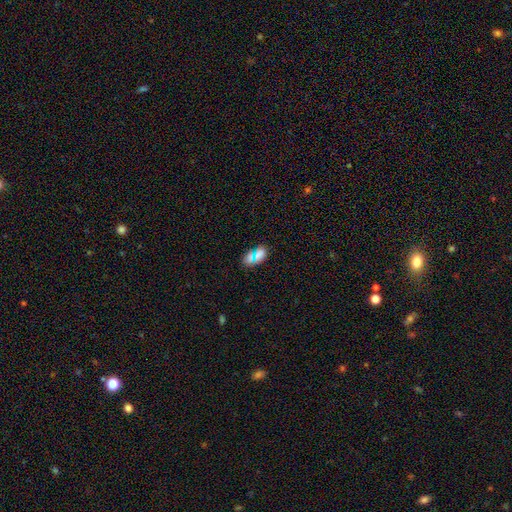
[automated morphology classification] Overall: smooth (71%). How rounded: in between (85%). Merging: none (82%).